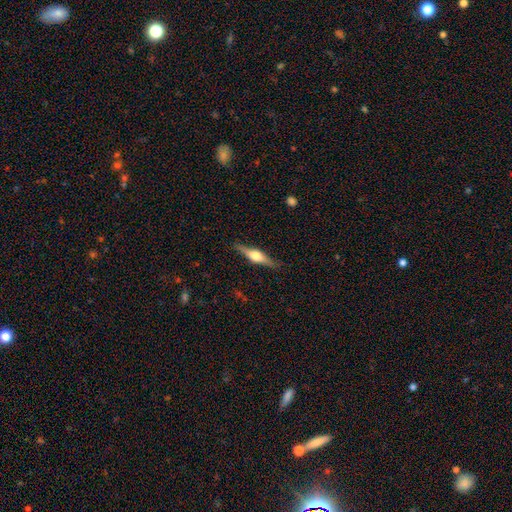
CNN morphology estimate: featured or disk 70%, smooth 24%, star or artifact 6%. Down the decision tree: edge-on disk — yes (97%); edge-on bulge — rounded (93%); merging — none (88%).